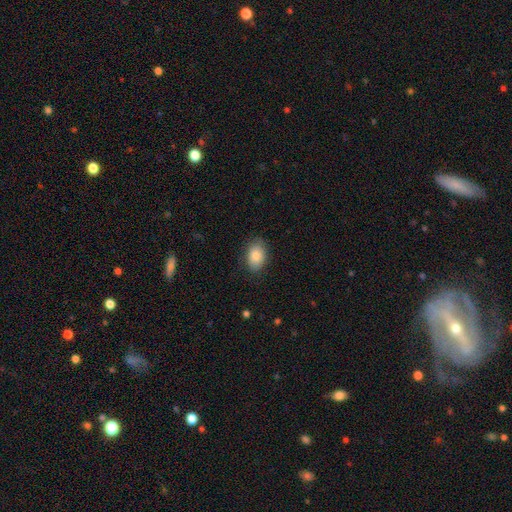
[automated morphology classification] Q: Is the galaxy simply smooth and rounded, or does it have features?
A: smooth — 85%.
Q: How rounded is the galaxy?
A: in between — 85%.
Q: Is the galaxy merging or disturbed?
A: none — 83%.